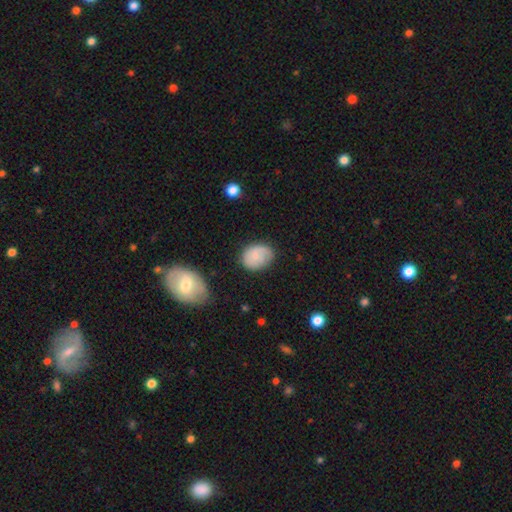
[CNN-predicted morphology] This appears to be a smooth galaxy with no disk features (68%) that is in between round and cigar-shaped (59%). Merging: none (68%).